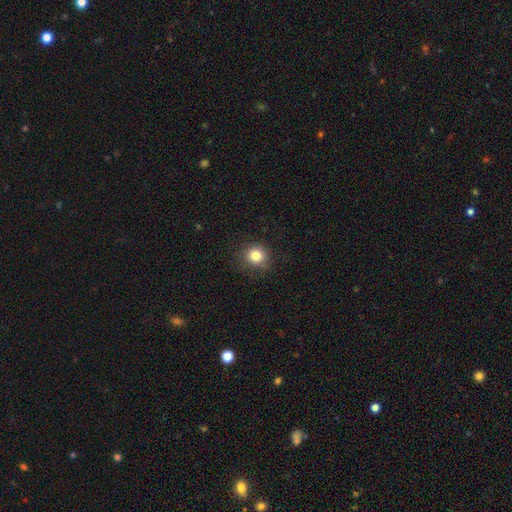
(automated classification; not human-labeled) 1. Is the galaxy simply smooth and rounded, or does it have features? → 82% smooth, 12% star or artifact, 5% featured or disk.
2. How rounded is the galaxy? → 91% round, 8% in between, 1% cigar-shaped.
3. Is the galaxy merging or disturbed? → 85% none, 11% minor disturbance, 3% major disturbance, 1% merger.